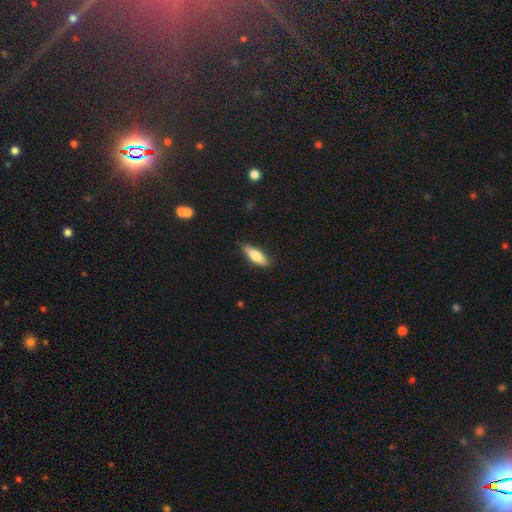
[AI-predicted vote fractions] A smooth galaxy with no disk features (76%) that is cigar-shaped (51%). Merging: none (85%).